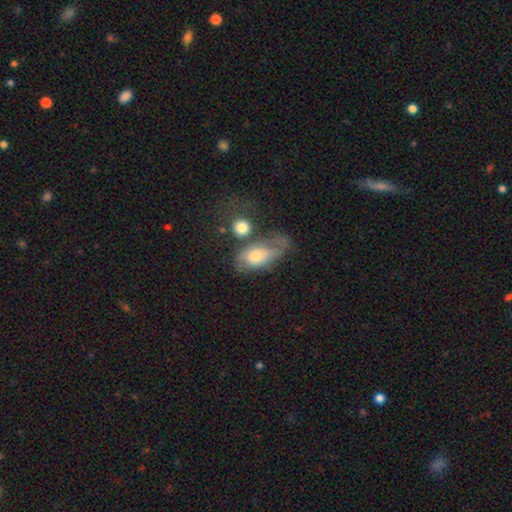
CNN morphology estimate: Smooth or featured? Predicted: smooth (p=0.56). How rounded? Predicted: in between (p=0.85). Merging? Predicted: major disturbance (p=0.31).